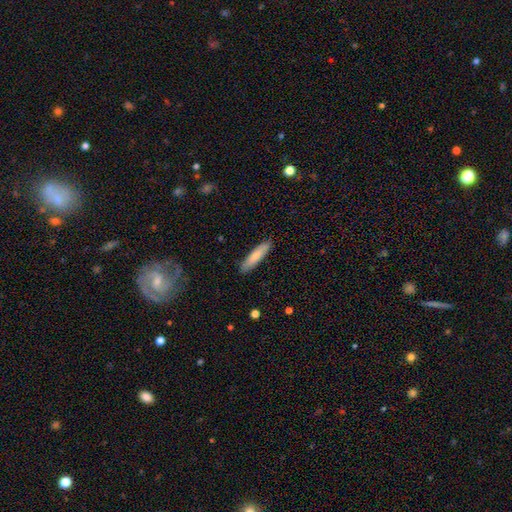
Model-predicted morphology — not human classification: A smooth galaxy with no disk features (75%) that is cigar-shaped (79%). Merging: none (89%).